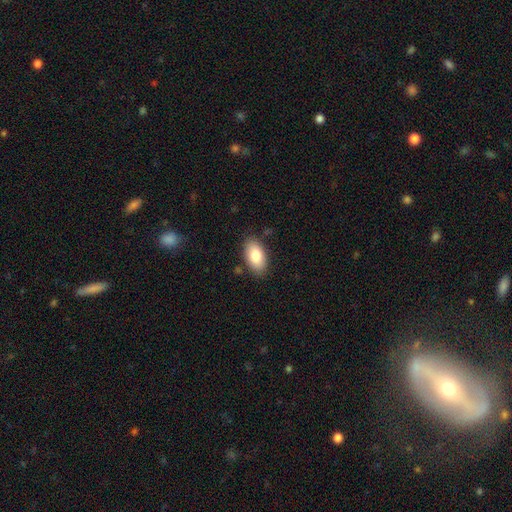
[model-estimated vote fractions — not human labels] A smooth galaxy with no disk features (82%) that is in between round and cigar-shaped (94%). Merging: none (84%).